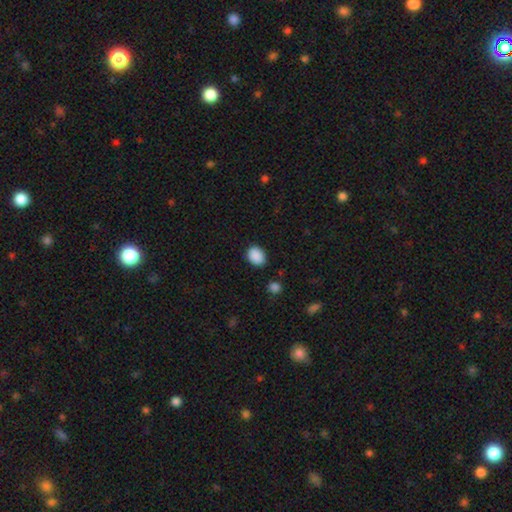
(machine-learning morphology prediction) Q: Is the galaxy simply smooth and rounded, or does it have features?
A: smooth — 90%.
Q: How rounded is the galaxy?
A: in between — 67%.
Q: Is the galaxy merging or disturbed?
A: none — 85%.